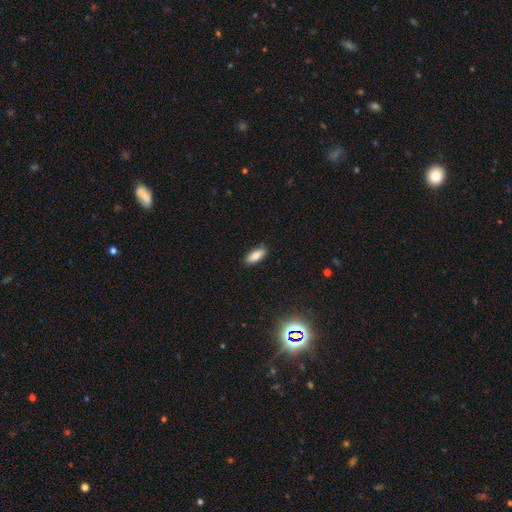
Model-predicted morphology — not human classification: This appears to be a smooth galaxy with no disk features (80%) that is in between round and cigar-shaped (80%). Merging: none (87%).